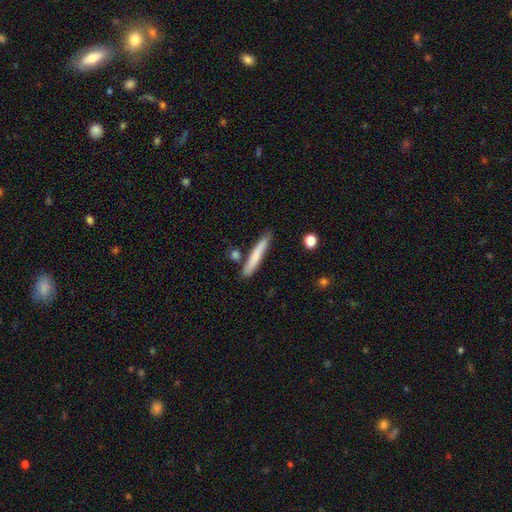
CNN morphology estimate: smooth 72%, featured or disk 22%, star or artifact 6%. Down the decision tree: how rounded — cigar-shaped (94%); merging — none (79%).